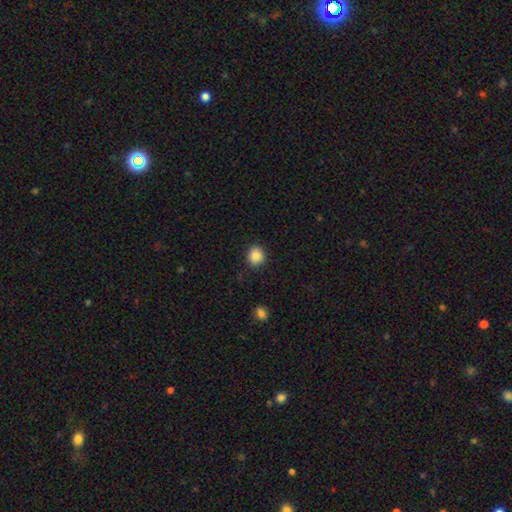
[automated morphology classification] Q: Smooth or featured?
A: smooth (87%); runner-up: star or artifact (9%)
Q: How rounded?
A: round (85%); runner-up: in between (14%)
Q: Merging?
A: none (88%); runner-up: minor disturbance (8%)